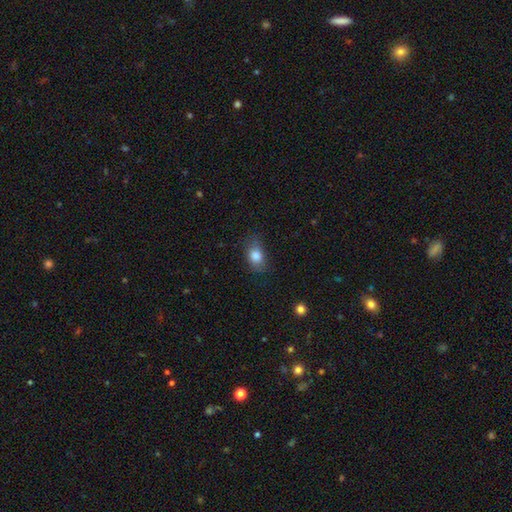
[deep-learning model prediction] Smooth or featured? smooth (82%)
How rounded? in between (74%)
Merging? none (69%)